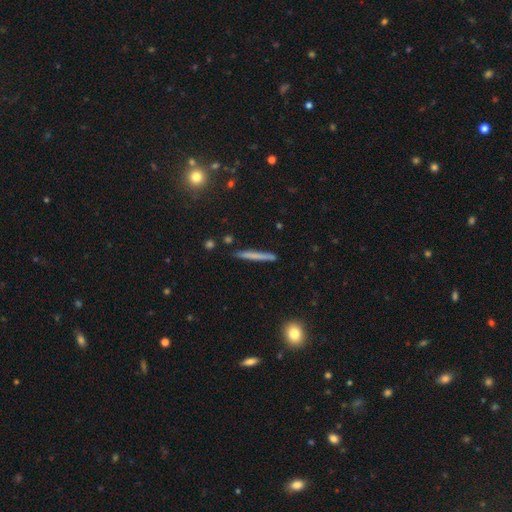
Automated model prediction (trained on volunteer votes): smooth_or_featured: smooth (p=0.62) [alt: featured or disk p=0.32]
how_rounded: cigar-shaped (p=0.96) [alt: in between p=0.02]
merging: none (p=0.89) [alt: minor disturbance p=0.08]